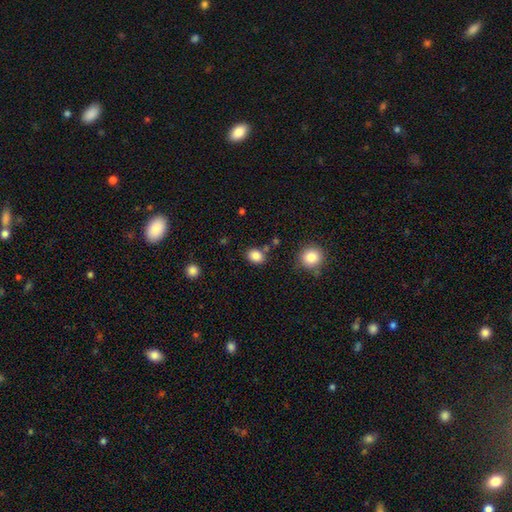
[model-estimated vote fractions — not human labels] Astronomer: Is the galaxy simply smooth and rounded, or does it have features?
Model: smooth — 85%.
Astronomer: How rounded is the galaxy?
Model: in between — 56% (runner-up: round, 43%).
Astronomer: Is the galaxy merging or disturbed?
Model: none — 77%.